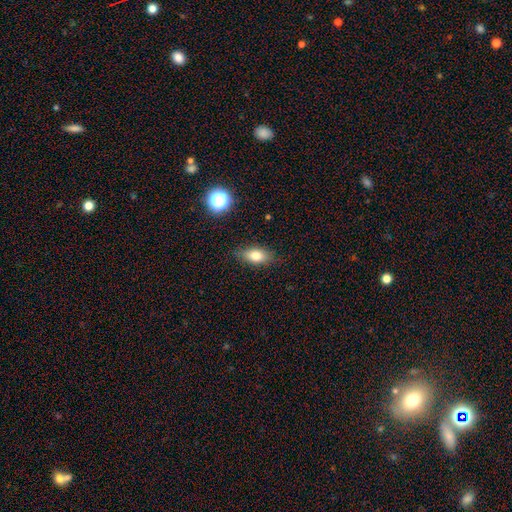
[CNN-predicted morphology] A smooth galaxy with no disk features (76%) that is in between round and cigar-shaped (81%). Merging: none (84%).